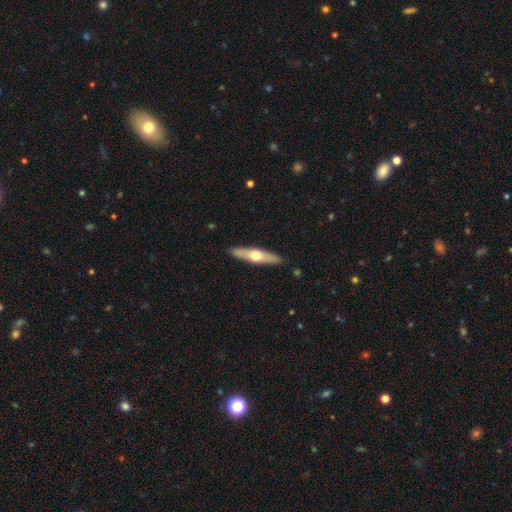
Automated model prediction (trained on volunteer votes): Smooth or featured?
  - featured or disk: 51% *
  - smooth: 44%
  - star or artifact: 5%
Edge-on disk?
  - yes: 88% *
  - no: 12%
Merging?
  - none: 90% *
  - minor disturbance: 7%
  - major disturbance: 2%
  - merger: 1%